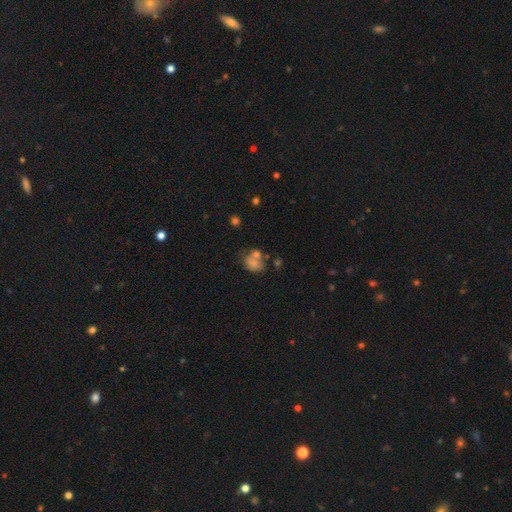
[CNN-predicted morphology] Smooth or featured: smooth — 47% (star or artifact — 28%)
Merging: none — 47% (merger — 25%)